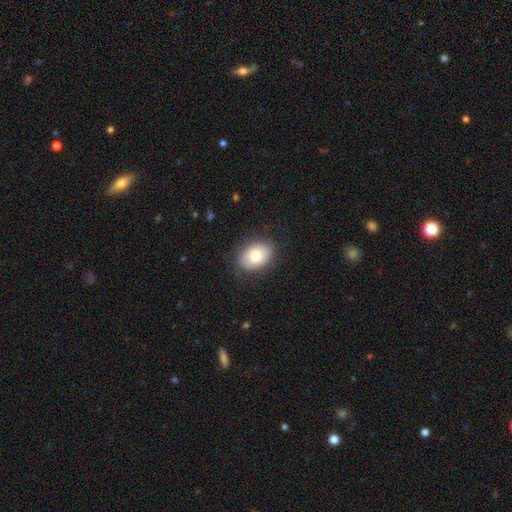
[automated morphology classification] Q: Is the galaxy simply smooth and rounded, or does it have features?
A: smooth — 72%.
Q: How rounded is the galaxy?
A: in between — 77%.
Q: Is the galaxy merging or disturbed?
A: none — 81%.